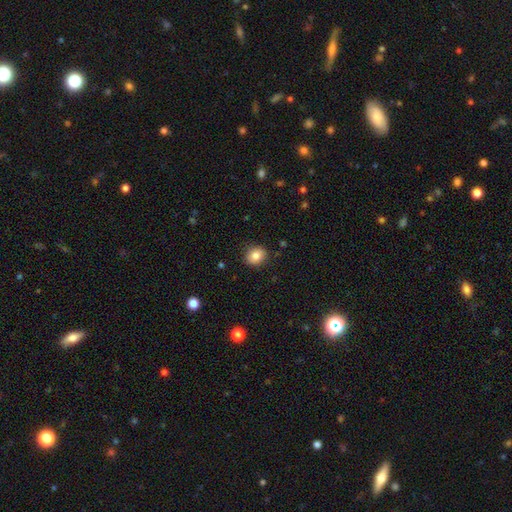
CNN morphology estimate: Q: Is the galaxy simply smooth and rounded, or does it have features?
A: smooth — 84%.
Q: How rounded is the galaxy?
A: round — 69%.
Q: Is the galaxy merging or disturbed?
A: none — 88%.